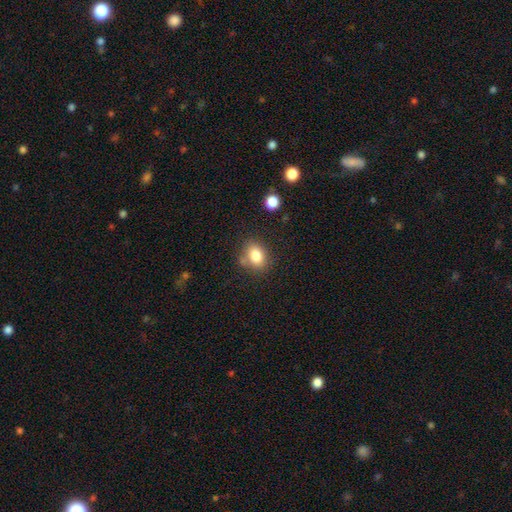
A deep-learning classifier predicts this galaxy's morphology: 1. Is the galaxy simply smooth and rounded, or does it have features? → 82% smooth, 10% star or artifact, 8% featured or disk.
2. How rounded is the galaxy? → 62% in between, 37% round, 1% cigar-shaped.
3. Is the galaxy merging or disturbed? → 69% none, 17% minor disturbance, 8% merger, 5% major disturbance.